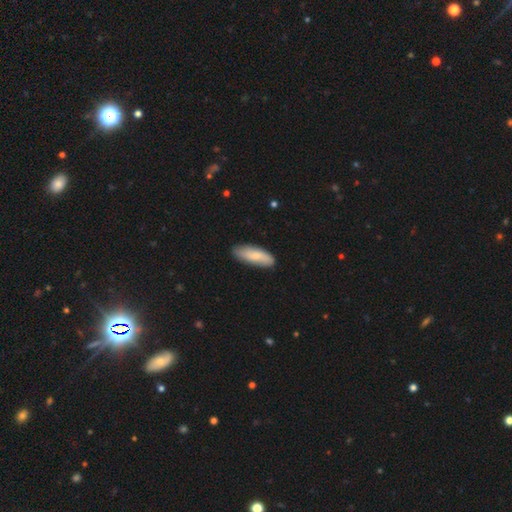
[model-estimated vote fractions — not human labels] Smooth or featured: smooth — 77% (featured or disk — 17%)
How rounded: in between — 65% (cigar-shaped — 34%)
Merging: none — 82% (minor disturbance — 14%)